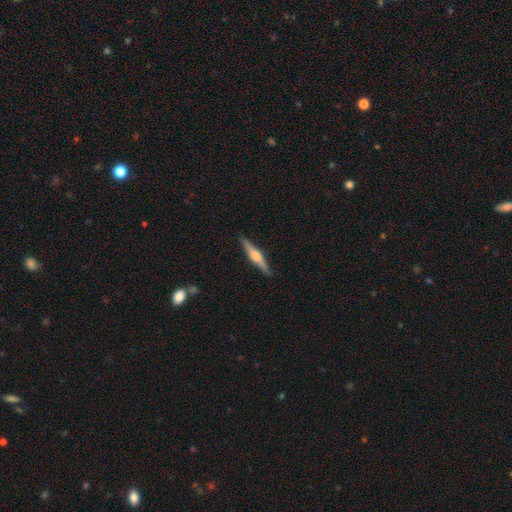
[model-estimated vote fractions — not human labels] smooth-or-featured: featured or disk: 72% | smooth: 23% | star or artifact: 5%
  disk-edge-on: yes: 98% | no: 2%
    edge-on-bulge: rounded: 88% | boxy: 8% | none: 4%
  merging: none: 90% | minor disturbance: 7% | major disturbance: 1% | merger: 1%